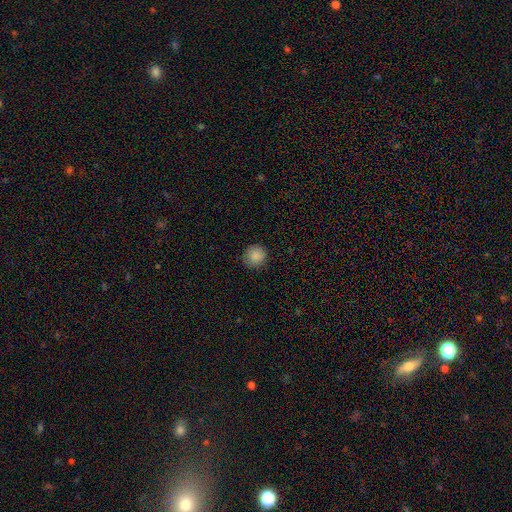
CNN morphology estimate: A smooth galaxy with no disk features (88%) that is round (92%). Merging: none (86%).